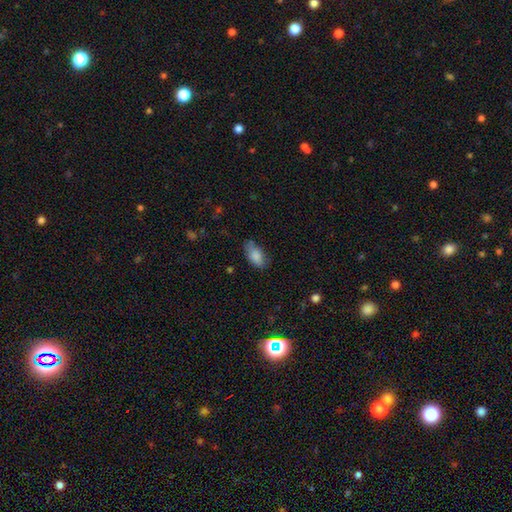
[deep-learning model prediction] A smooth galaxy with no disk features (84%) that is in between round and cigar-shaped (91%).

Vote fractions:
- Smooth or featured? smooth: 84% / featured or disk: 9% / star or artifact: 8%
- How rounded? in between: 91% / cigar-shaped: 4% / round: 4%
- Merging? none: 69% / minor disturbance: 24% / major disturbance: 5% / merger: 2%